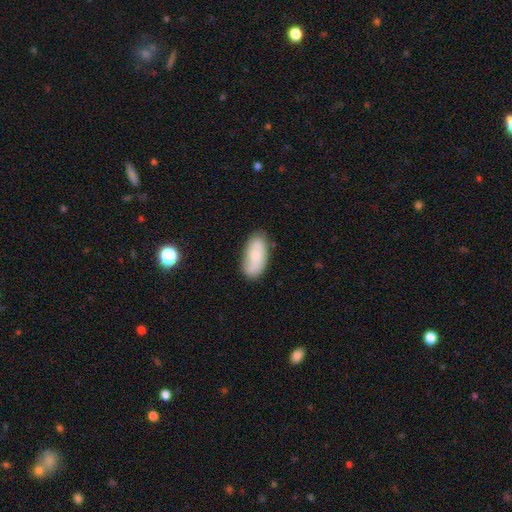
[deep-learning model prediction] smooth 68%, featured or disk 25%, star or artifact 7%. Down the decision tree: how rounded — in between (91%); merging — none (77%).